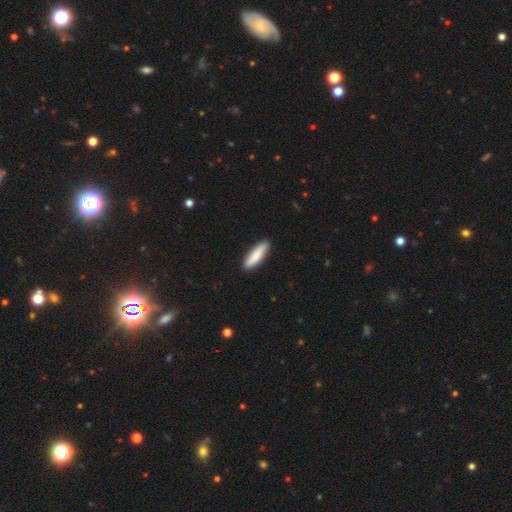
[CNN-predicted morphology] Smooth or featured? smooth (86%)
How rounded? cigar-shaped (71%)
Merging? none (90%)